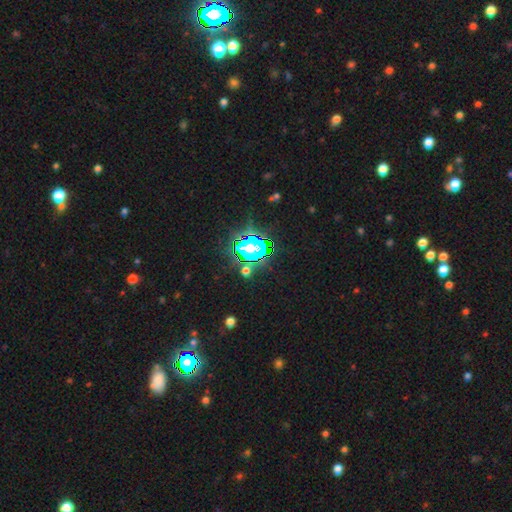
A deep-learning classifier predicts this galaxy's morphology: A star or artifact, not a galaxy (67%).

Vote fractions:
- Smooth or featured? star or artifact: 67% / smooth: 21% / featured or disk: 11%